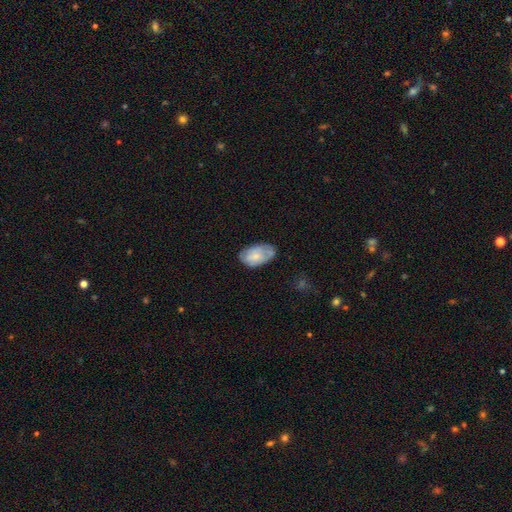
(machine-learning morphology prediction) Overall: smooth (64%; featured or disk 29%). How rounded: in between (93%). Merging: none (56%; minor disturbance 32%).